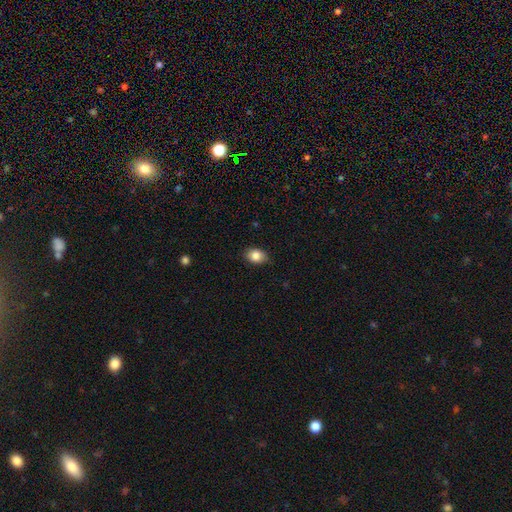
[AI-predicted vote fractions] This is clearly a smooth galaxy (85%). How rounded: likely in between (78%). Merging: clearly none (85%).